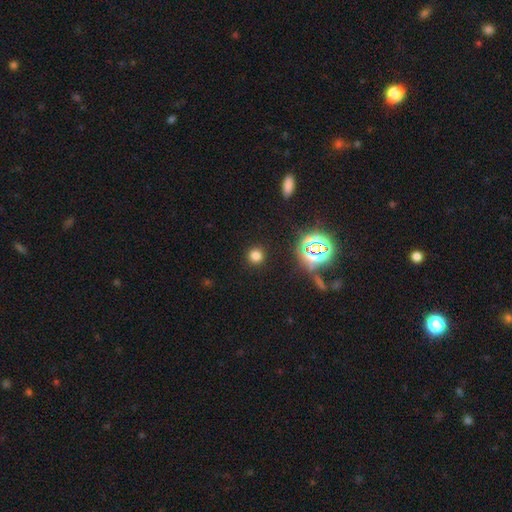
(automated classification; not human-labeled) smooth_or_featured: smooth (p=0.73) [alt: star or artifact p=0.22]
how_rounded: round (p=0.93) [alt: in between p=0.06]
merging: none (p=0.91) [alt: minor disturbance p=0.05]